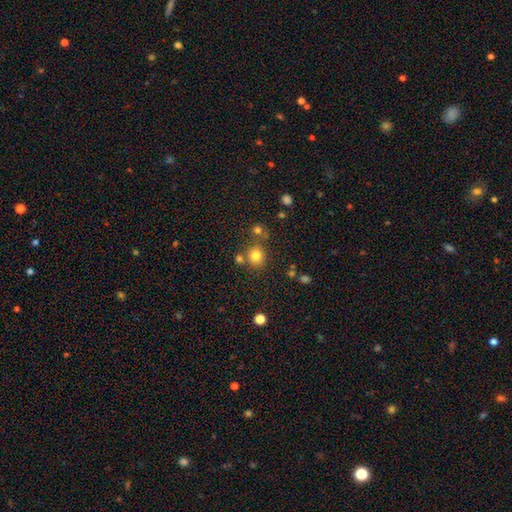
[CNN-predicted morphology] Smooth or featured: smooth — 79% (star or artifact — 14%)
How rounded: round — 84% (in between — 15%)
Merging: none — 71% (merger — 15%)